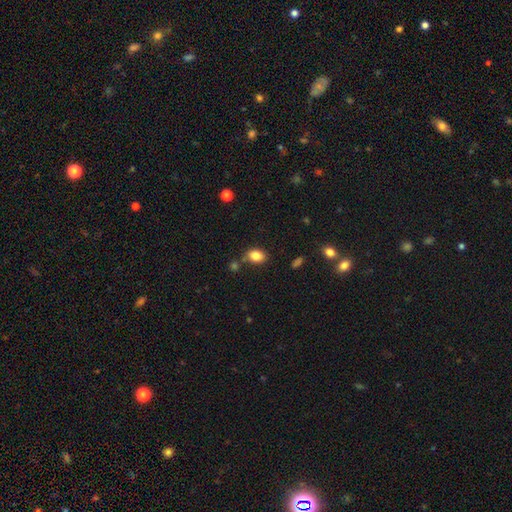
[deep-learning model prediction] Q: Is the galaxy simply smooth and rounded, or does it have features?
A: smooth — 84%.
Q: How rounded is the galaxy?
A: in between — 77%.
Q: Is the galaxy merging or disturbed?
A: none — 70%.